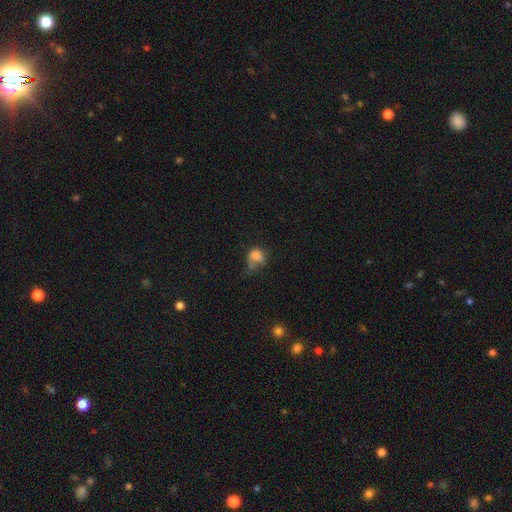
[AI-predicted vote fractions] smooth-or-featured: smooth: 76% | featured or disk: 12% | star or artifact: 12%
  how-rounded: round: 49% (tied) | in between: 49% (tied) | cigar-shaped: 1%
  merging: none: 30% | minor disturbance: 29% | major disturbance: 24% | merger: 16%